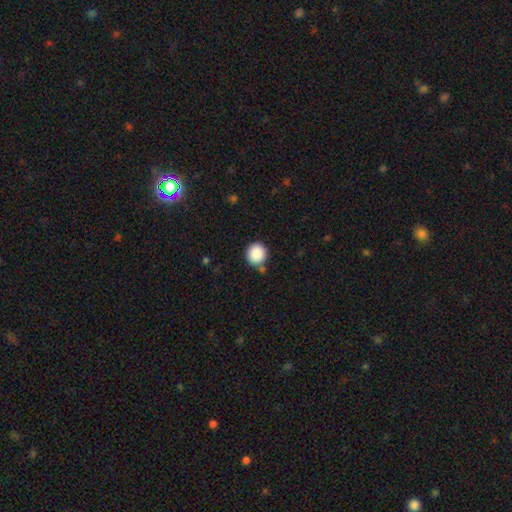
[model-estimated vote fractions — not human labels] Smooth or featured? Predicted: smooth (p=0.89). How rounded? Predicted: round (p=0.91). Merging? Predicted: none (p=0.79).